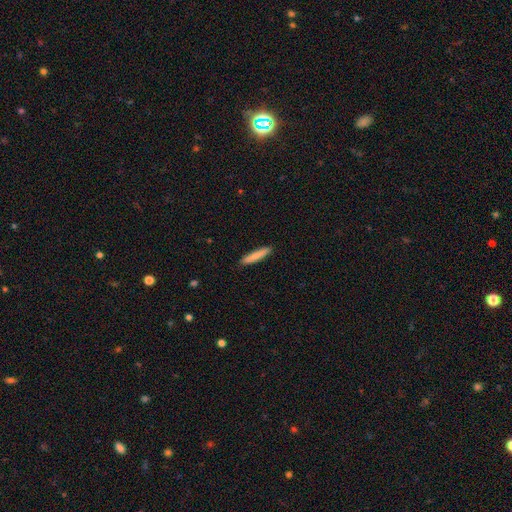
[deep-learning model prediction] Smooth or featured? Predicted: smooth (p=0.82). How rounded? Predicted: cigar-shaped (p=0.92). Merging? Predicted: none (p=0.91).